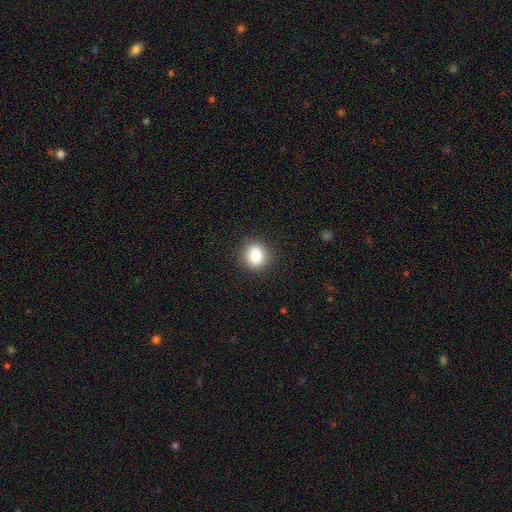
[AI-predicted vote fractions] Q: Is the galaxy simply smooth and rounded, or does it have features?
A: smooth — 84%.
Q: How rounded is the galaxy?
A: round — 71%.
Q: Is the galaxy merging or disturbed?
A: none — 88%.